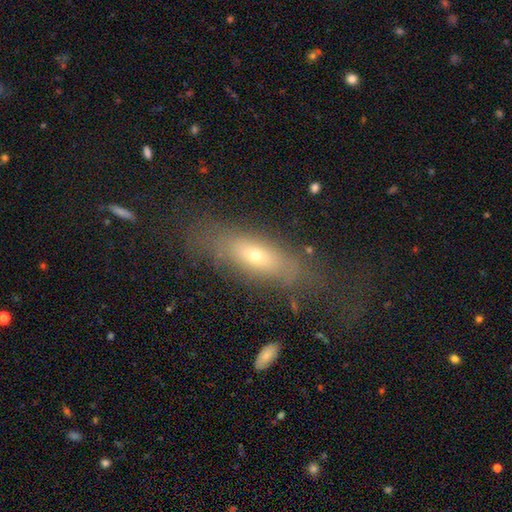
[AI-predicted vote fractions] Smooth or featured? smooth (59%)
How rounded? in between (57%)
Merging? none (66%)